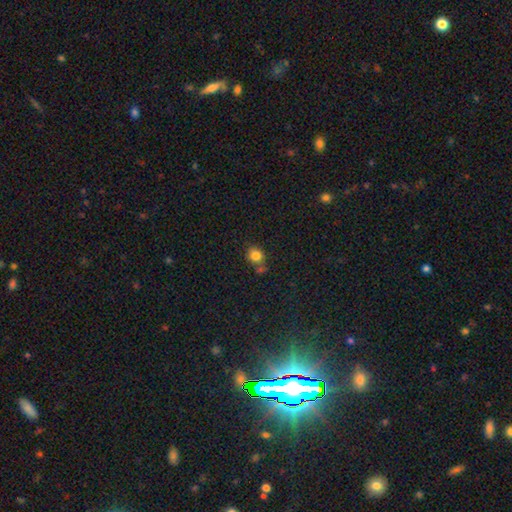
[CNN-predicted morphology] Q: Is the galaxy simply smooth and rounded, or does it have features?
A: smooth — 82%.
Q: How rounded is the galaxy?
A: round — 73%.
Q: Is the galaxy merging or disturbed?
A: none — 61%.